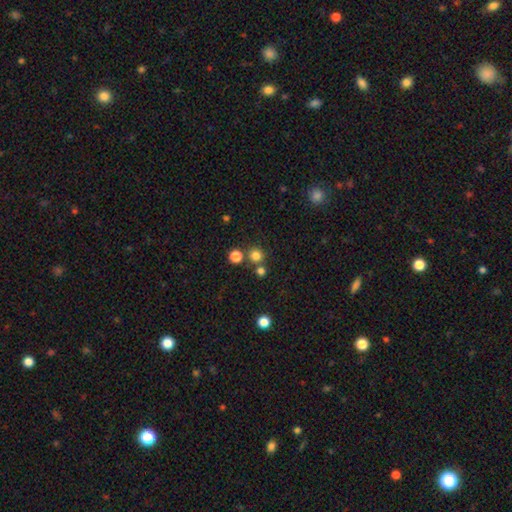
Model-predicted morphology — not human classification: smooth-or-featured: smooth: 78% | star or artifact: 17% | featured or disk: 5%
  how-rounded: round: 93% | in between: 6% | cigar-shaped: 1%
  merging: none: 74% | merger: 17% | minor disturbance: 6% | major disturbance: 3%